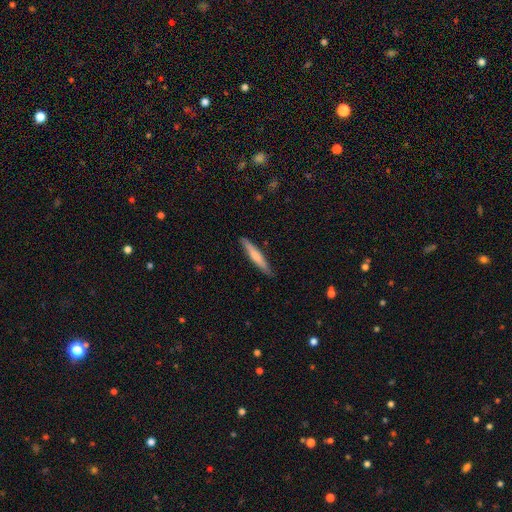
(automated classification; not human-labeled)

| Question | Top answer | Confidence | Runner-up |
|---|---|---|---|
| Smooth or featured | smooth | 66% | featured or disk (29%) |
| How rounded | cigar-shaped | 93% | in between (6%) |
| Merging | none | 87% | minor disturbance (10%) |